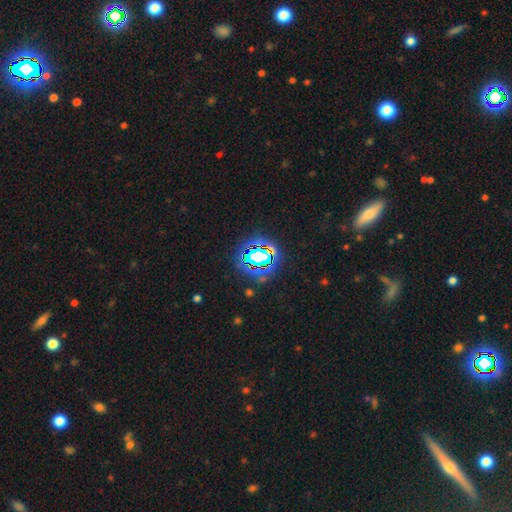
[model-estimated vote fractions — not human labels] Morphology: type=star or artifact (78%).